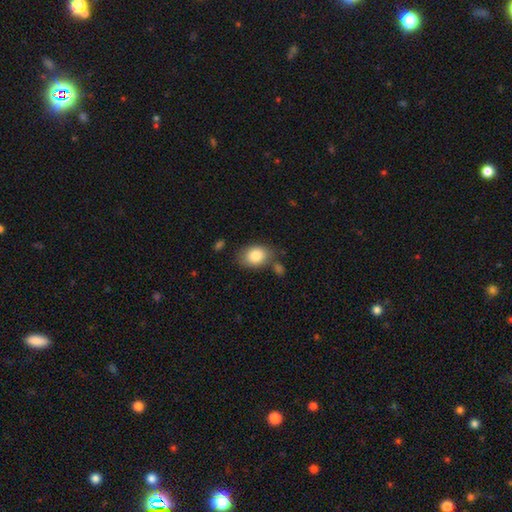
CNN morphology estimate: Q: Smooth or featured?
A: smooth (83%); runner-up: featured or disk (9%)
Q: How rounded?
A: in between (72%); runner-up: round (27%)
Q: Merging?
A: none (69%); runner-up: minor disturbance (18%)